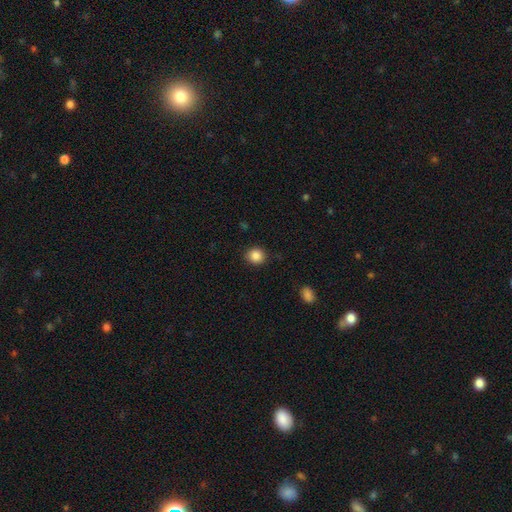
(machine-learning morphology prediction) Q: Smooth or featured?
A: smooth (86%); runner-up: star or artifact (10%)
Q: How rounded?
A: round (83%); runner-up: in between (16%)
Q: Merging?
A: none (89%); runner-up: minor disturbance (8%)